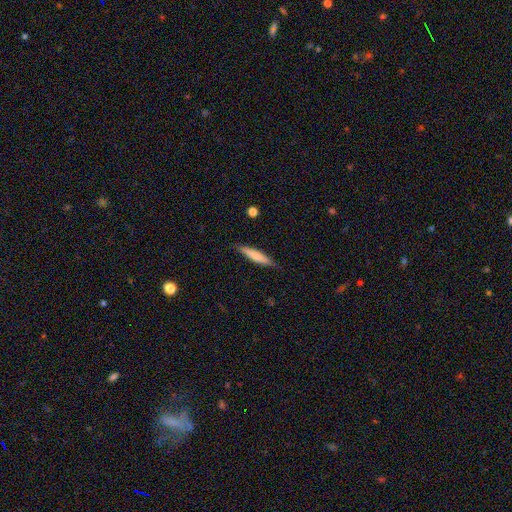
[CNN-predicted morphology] Overall: smooth (69%). How rounded: cigar-shaped (89%). Merging: none (85%).